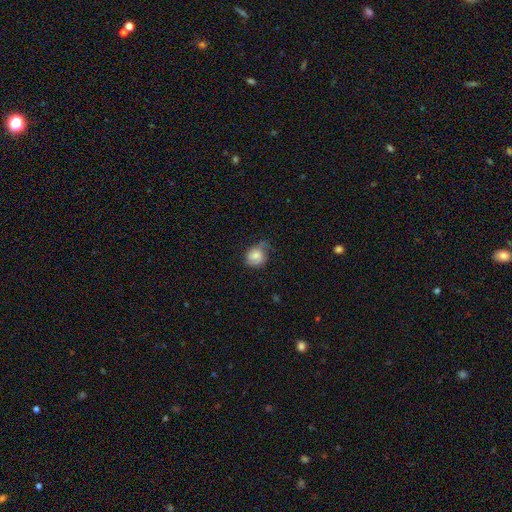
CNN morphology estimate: Smooth or featured: smooth — 72% (featured or disk — 20%)
How rounded: round — 59% (in between — 40%)
Merging: none — 42% (minor disturbance — 38%)